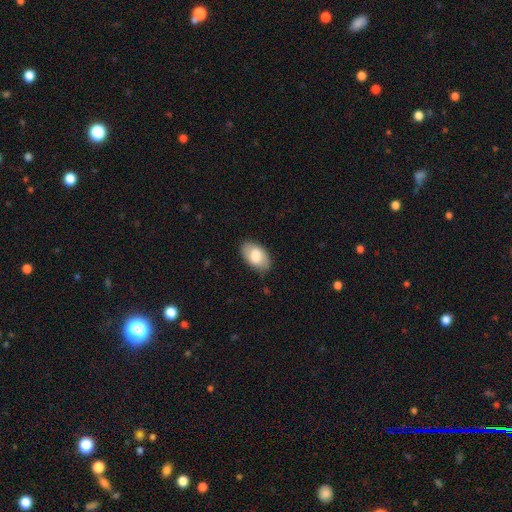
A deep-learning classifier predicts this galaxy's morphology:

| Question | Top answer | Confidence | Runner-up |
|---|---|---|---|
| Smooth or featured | smooth | 75% | featured or disk (19%) |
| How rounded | in between | 94% | round (5%) |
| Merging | none | 82% | minor disturbance (14%) |